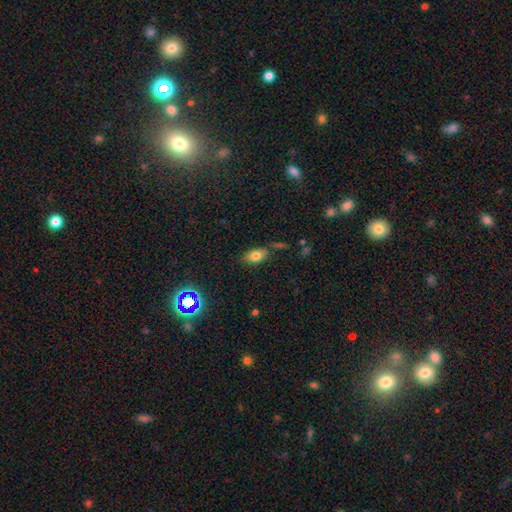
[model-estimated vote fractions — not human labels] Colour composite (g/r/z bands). It shows a smooth galaxy with no disk features (75%) that is in between round and cigar-shaped (84%). Merging: none (67%).